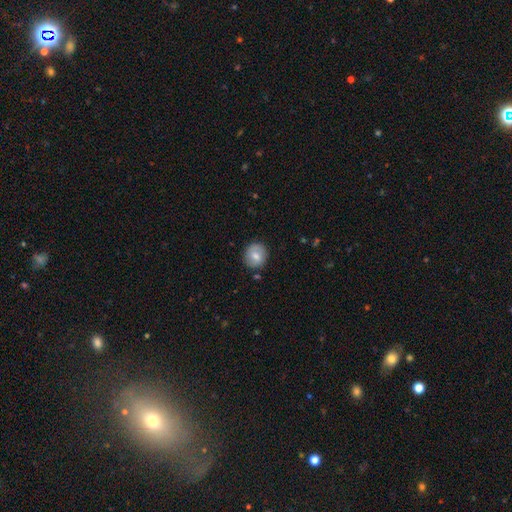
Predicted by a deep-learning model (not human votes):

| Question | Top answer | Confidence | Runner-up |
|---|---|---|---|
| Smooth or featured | smooth | 72% | featured or disk (21%) |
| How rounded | round | 86% | in between (13%) |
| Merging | none | 84% | minor disturbance (11%) |